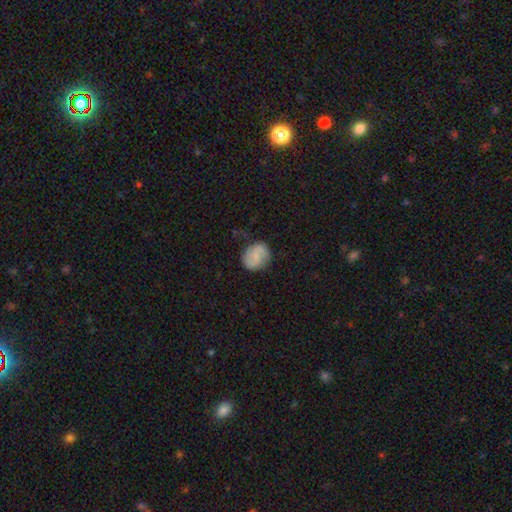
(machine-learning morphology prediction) A smooth galaxy with no disk features (47%). Merging: none (77%).